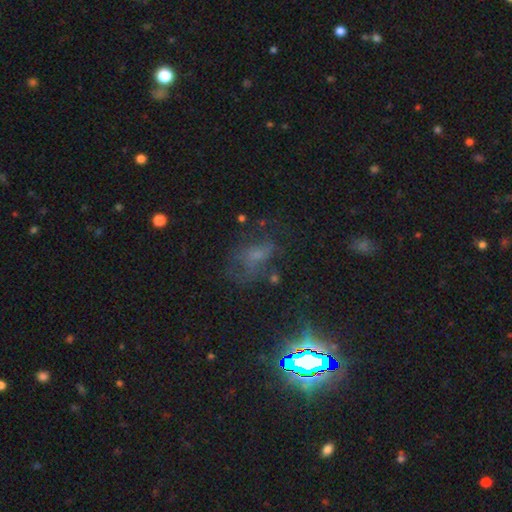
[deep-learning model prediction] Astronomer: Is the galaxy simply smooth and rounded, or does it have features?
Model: star or artifact — 37% (runner-up: smooth, 33%).